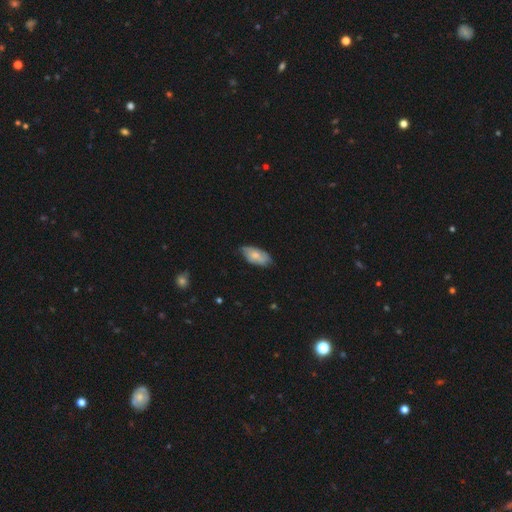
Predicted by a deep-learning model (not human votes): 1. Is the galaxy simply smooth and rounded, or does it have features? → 65% smooth, 29% featured or disk, 6% star or artifact.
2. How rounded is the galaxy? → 92% in between, 5% cigar-shaped, 3% round.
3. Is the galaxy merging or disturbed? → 62% none, 31% minor disturbance, 6% major disturbance, 1% merger.